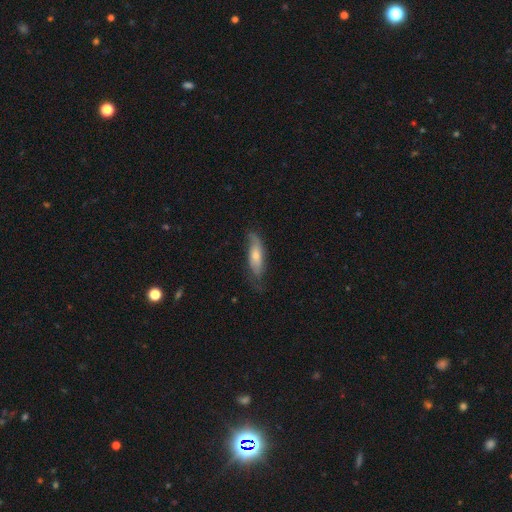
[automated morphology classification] Smooth or featured? Predicted: featured or disk (p=0.50). Merging? Predicted: none (p=0.64).